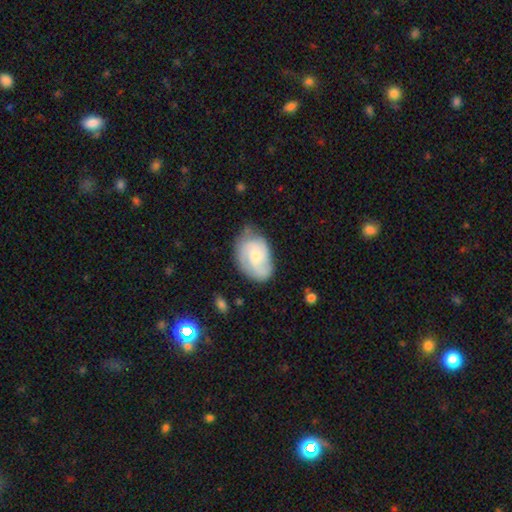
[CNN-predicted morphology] A featured or disk galaxy (60%) with no bar (68%), 2 (45%) medium (43%) spiral arms (88%) and a small central bulge (50%).

Vote fractions:
- Smooth or featured? featured or disk: 60% / smooth: 34% / star or artifact: 6%
- Edge-on disk? no: 97% / yes: 3%
- Bar? no: 68% / weak: 29% / strong: 4%
- Spiral arms? yes: 88% / no: 12%
- Spiral winding? medium: 43% / tight: 40% / loose: 17%
- Spiral arm count? 2: 45% / can't tell: 24% / 3: 20% / 1: 6% / 4: 3% / more than 4: 2%
- Bulge size? small: 50% / moderate: 39% / none: 6% / large: 4% / dominant: 1%
- Merging? none: 59% / minor disturbance: 29% / major disturbance: 10% / merger: 2%